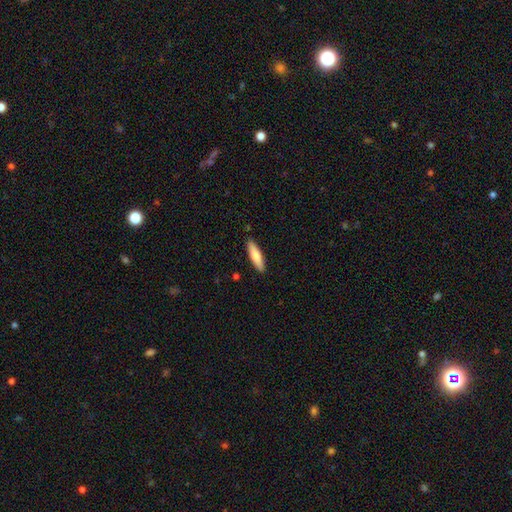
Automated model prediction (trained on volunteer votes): This appears to be a smooth galaxy with no disk features (76%) that is cigar-shaped (70%). Merging: none (89%).